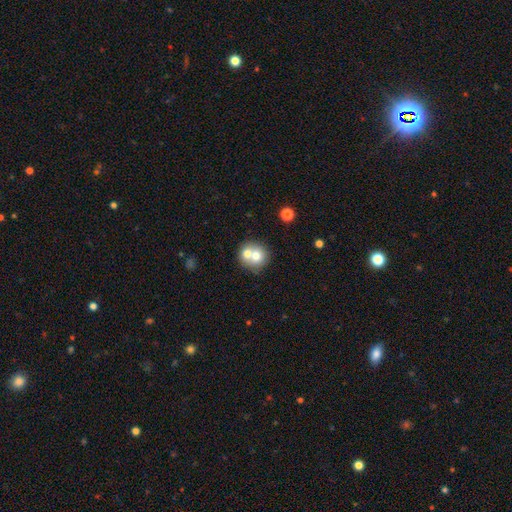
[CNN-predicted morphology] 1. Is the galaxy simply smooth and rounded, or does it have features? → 66% smooth, 24% featured or disk, 9% star or artifact.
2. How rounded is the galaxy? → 86% round, 14% in between, 1% cigar-shaped.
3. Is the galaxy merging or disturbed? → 54% merger, 37% none, 6% minor disturbance, 3% major disturbance.